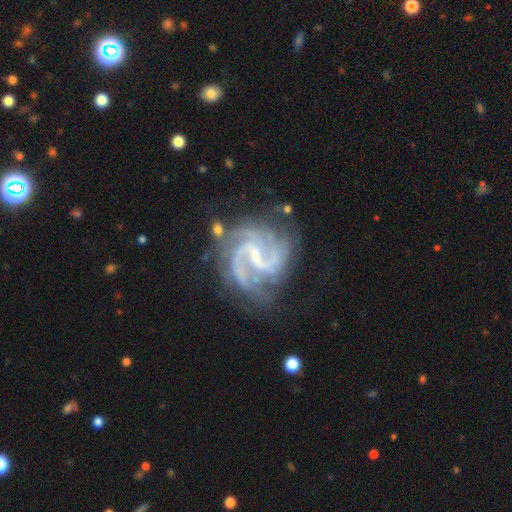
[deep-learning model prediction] A featured or disk galaxy (93%) with a weak bar (51%), 2 (50%) medium (57%) spiral arms (98%) and a small central bulge (71%).

Vote fractions:
- Smooth or featured? featured or disk: 93% / star or artifact: 5% / smooth: 3%
- Edge-on disk? no: 98% / yes: 2%
- Bar? weak: 51% / strong: 30% / no: 19%
- Spiral arms? yes: 98% / no: 2%
- Spiral winding? medium: 57% / tight: 30% / loose: 13%
- Spiral arm count? 2: 50% / 3: 25% / can't tell: 8% / 4: 7% / more than 4: 5% / 1: 5%
- Bulge size? small: 71% / moderate: 17% / none: 10% / large: 1% / dominant: 1%
- Merging? none: 66% / minor disturbance: 20% / major disturbance: 11% / merger: 4%